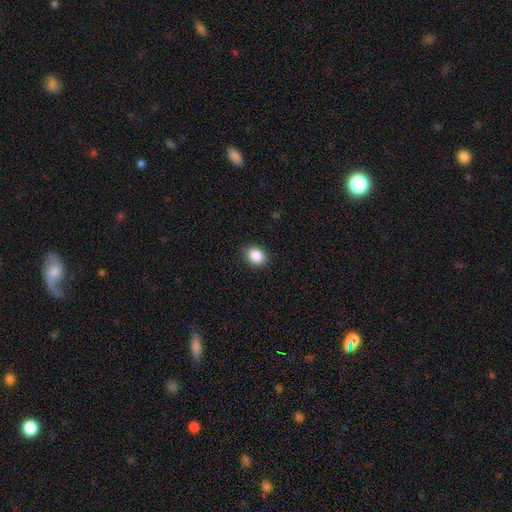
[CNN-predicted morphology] smooth_or_featured: smooth (p=0.87) [alt: star or artifact p=0.09]
how_rounded: in between (p=0.60) [alt: round p=0.39]
merging: none (p=0.84) [alt: minor disturbance p=0.12]